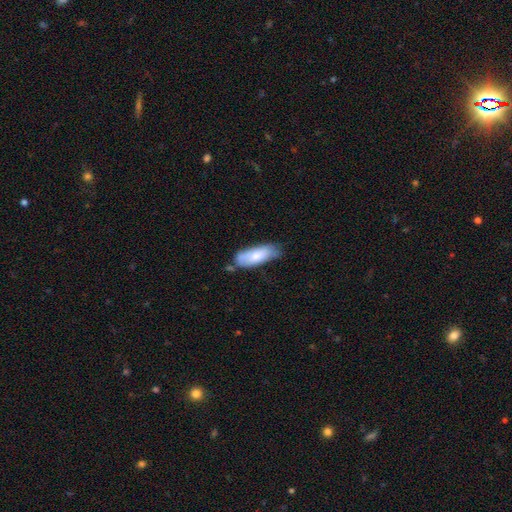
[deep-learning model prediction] smooth 76%, featured or disk 18%, star or artifact 6%. Down the decision tree: how rounded — in between (74%); merging — none (53%).